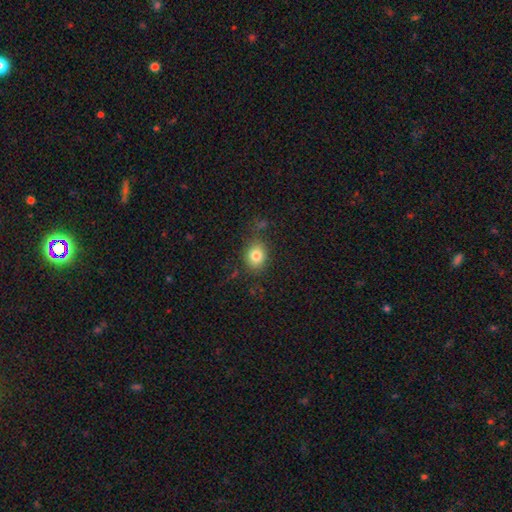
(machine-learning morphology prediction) Overall: smooth (81%). How rounded: round (56%; in between 43%). Merging: none (77%).